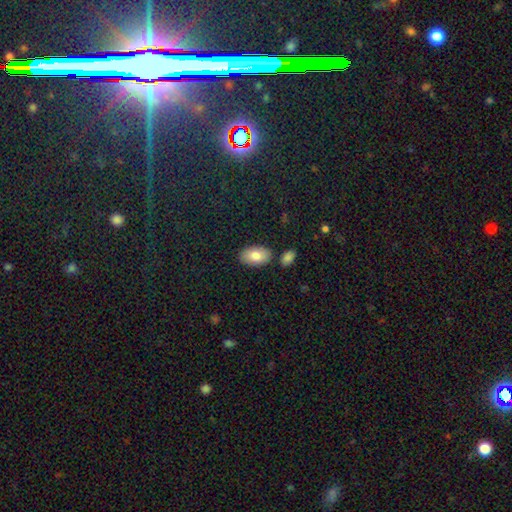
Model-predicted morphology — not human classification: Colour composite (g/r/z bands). It shows a smooth galaxy with no disk features (83%) that is in between round and cigar-shaped (94%). Merging: none (82%).